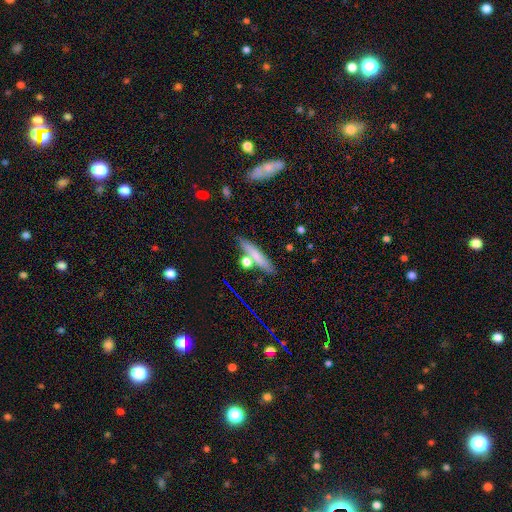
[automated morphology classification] This is likely a smooth galaxy (70%). How rounded: clearly cigar-shaped (81%). Merging: likely none (77%).